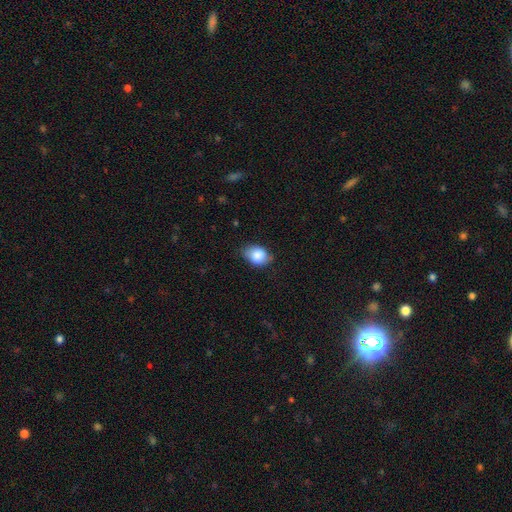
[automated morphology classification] The model was most divided on "how rounded": in between: 65%, round: 34%, cigar-shaped: 1%. More confident: smooth or featured — smooth (86%); merging — none (69%).